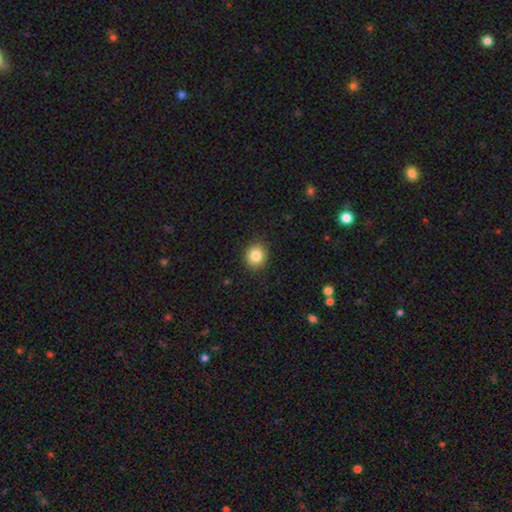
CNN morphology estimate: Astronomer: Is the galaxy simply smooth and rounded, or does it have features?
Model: smooth — 85%.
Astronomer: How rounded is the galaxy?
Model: round — 74%.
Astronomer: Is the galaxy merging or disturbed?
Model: none — 89%.